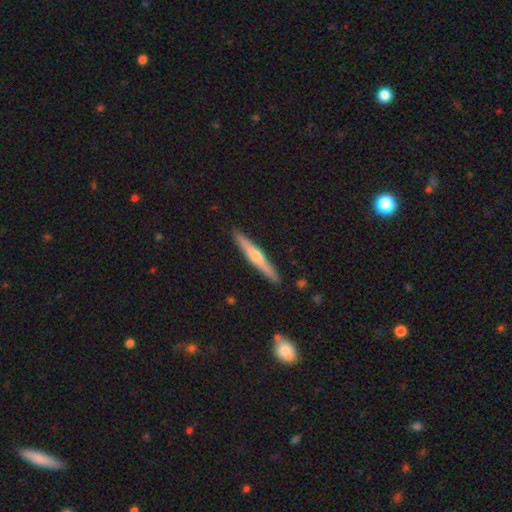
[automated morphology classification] Overall: featured or disk (65%; smooth 30%). Edge-on disk: yes (98%). Edge-on bulge: rounded (85%). Merging: none (91%).